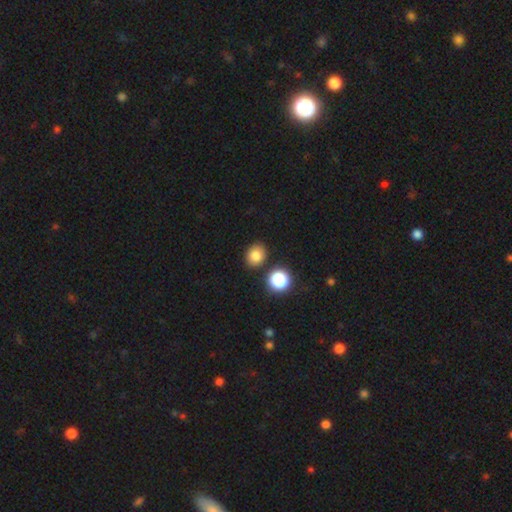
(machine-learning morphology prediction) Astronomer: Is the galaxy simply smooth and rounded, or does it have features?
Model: smooth — 81%.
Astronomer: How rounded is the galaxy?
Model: round — 59% (runner-up: in between, 40%).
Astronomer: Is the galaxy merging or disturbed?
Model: none — 82%.